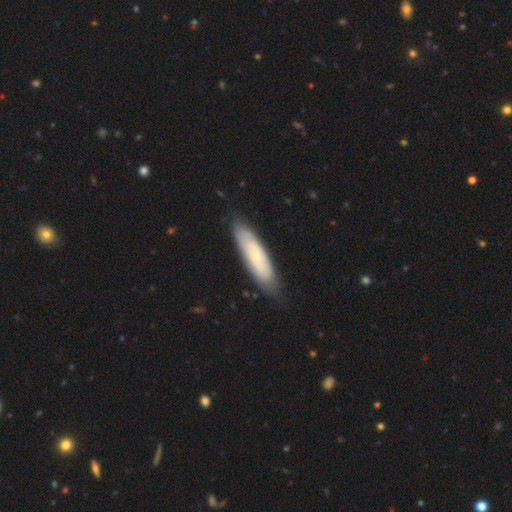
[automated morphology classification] smooth-or-featured: smooth: 54% | featured or disk: 39% | star or artifact: 7%
  how-rounded: cigar-shaped: 65% | in between: 33% | round: 2%
  merging: none: 82% | minor disturbance: 14% | major disturbance: 3% | merger: 1%